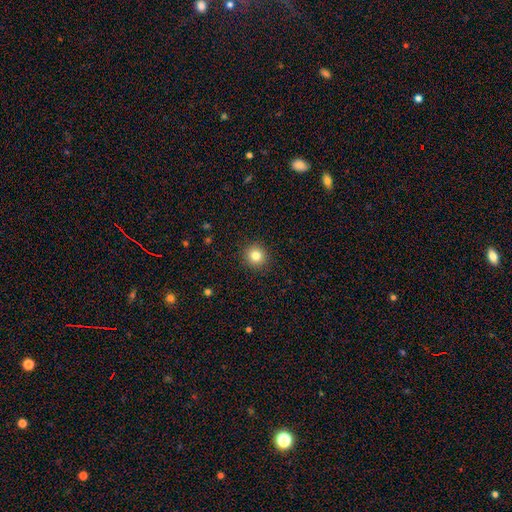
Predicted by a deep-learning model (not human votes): This appears to be a smooth galaxy with no disk features (82%) that is round (92%). Merging: none (91%).